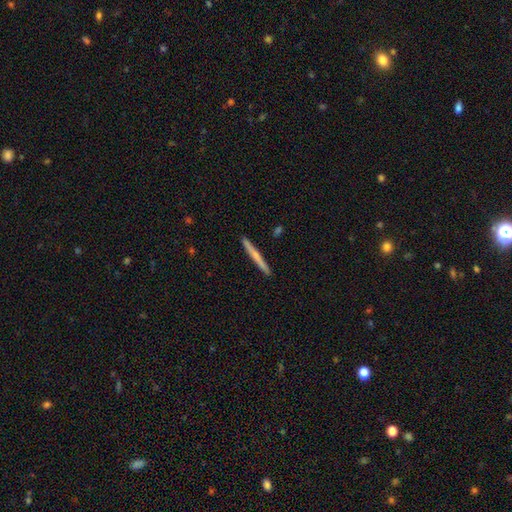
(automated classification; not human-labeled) A smooth galaxy with no disk features (51%) that is cigar-shaped (97%). Merging: none (92%).